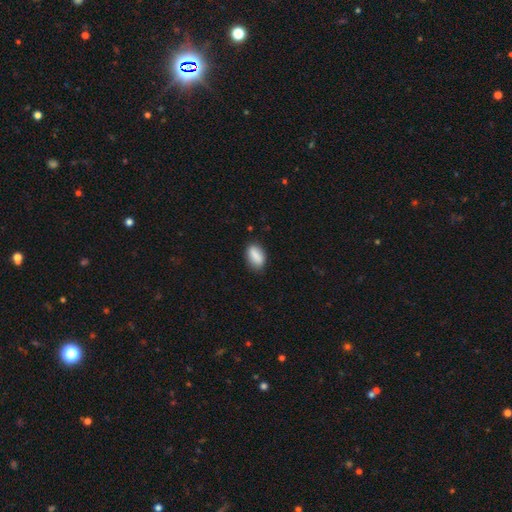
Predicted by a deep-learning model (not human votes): The model was most divided on "merging": none: 79%, minor disturbance: 16%, major disturbance: 3%, merger: 2%. More confident: how rounded — in between (88%); smooth or featured — smooth (85%).